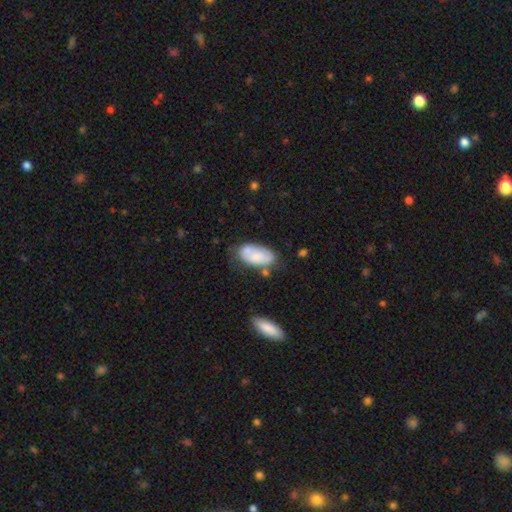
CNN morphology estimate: Smooth or featured: smooth — 69% (featured or disk — 25%)
How rounded: in between — 93% (cigar-shaped — 4%)
Merging: none — 55% (minor disturbance — 25%)